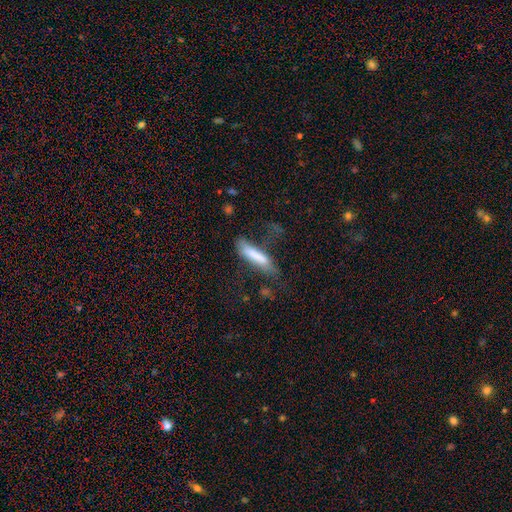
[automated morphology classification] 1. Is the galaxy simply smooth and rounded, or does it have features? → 70% smooth, 22% featured or disk, 7% star or artifact.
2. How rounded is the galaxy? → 78% cigar-shaped, 20% in between, 2% round.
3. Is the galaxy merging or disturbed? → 35% none, 32% major disturbance, 28% minor disturbance, 5% merger.